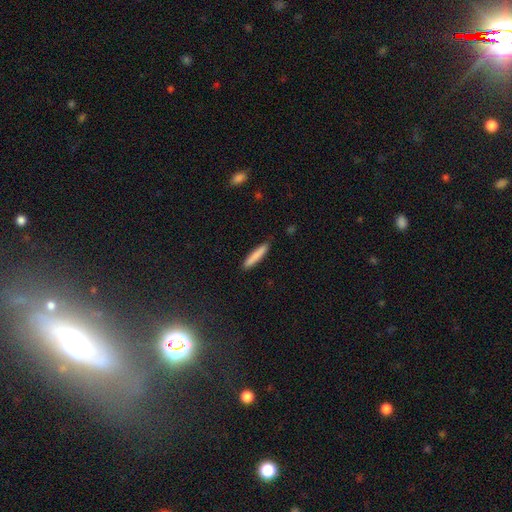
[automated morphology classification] Smooth or featured? smooth (84%)
How rounded? cigar-shaped (91%)
Merging? none (87%)